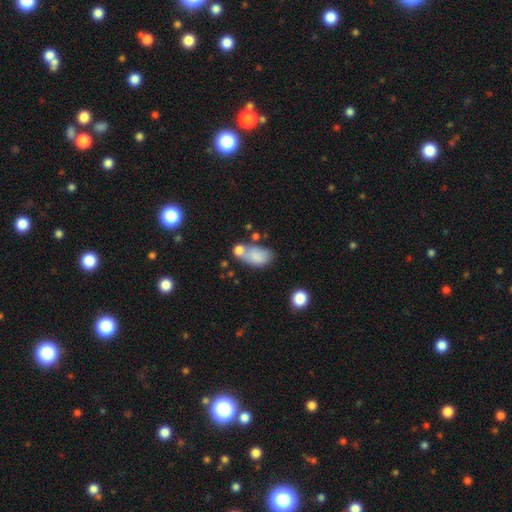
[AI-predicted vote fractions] Smooth or featured? Predicted: smooth (p=0.76). How rounded? Predicted: in between (p=0.90). Merging? Predicted: merger (p=0.40).